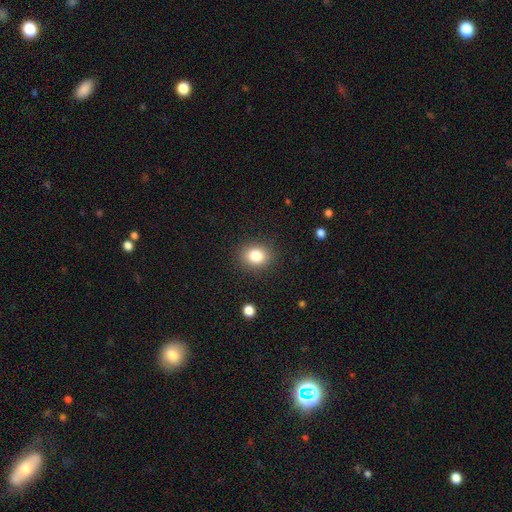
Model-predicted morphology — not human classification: A smooth galaxy with no disk features (83%) that is round (55%). Merging: none (88%).